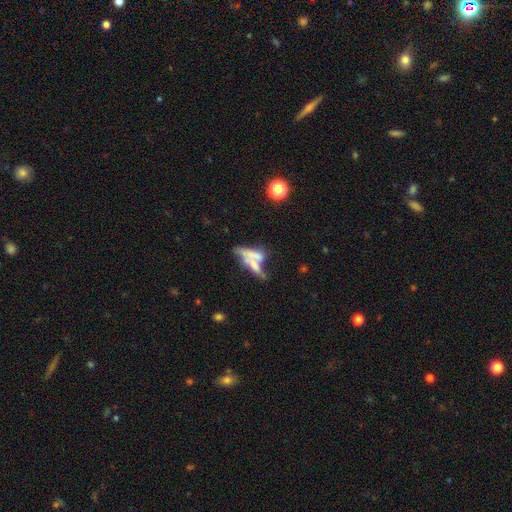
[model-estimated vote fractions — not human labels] smooth_or_featured: smooth (p=0.49) [alt: featured or disk p=0.38]
merging: merger (p=0.56) [alt: none p=0.24]